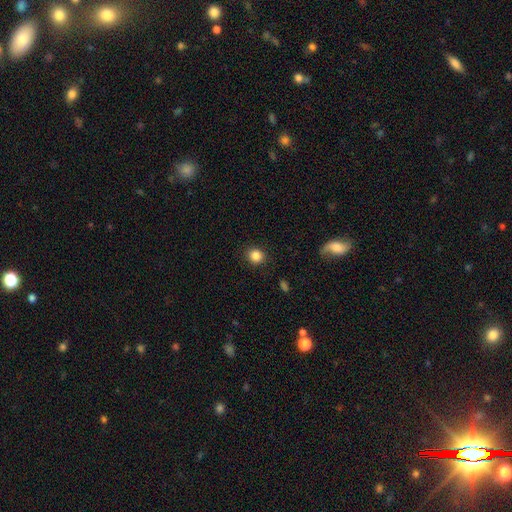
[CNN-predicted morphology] Smooth or featured: smooth — 85% (star or artifact — 11%)
How rounded: round — 81% (in between — 18%)
Merging: none — 89% (minor disturbance — 7%)